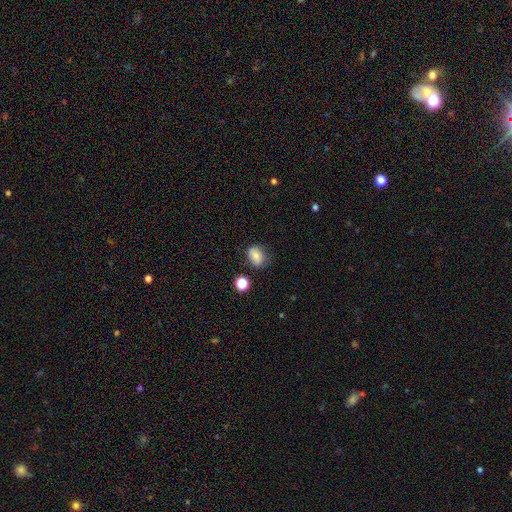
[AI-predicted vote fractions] smooth 77%, featured or disk 12%, star or artifact 11%. Down the decision tree: how rounded — in between (65%); merging — none (68%).